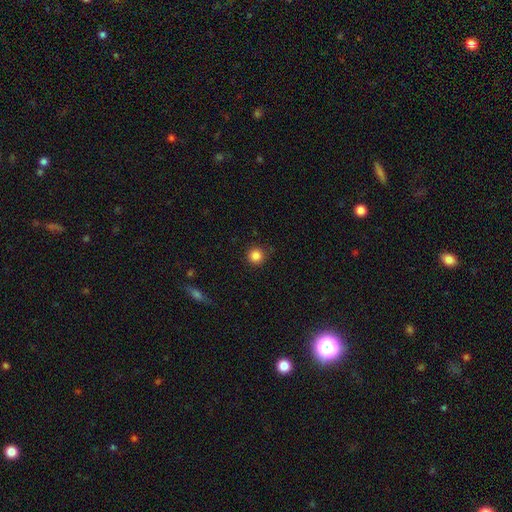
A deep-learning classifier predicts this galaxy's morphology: smooth 86%, star or artifact 11%, featured or disk 3%. Down the decision tree: how rounded — round (95%); merging — none (86%).